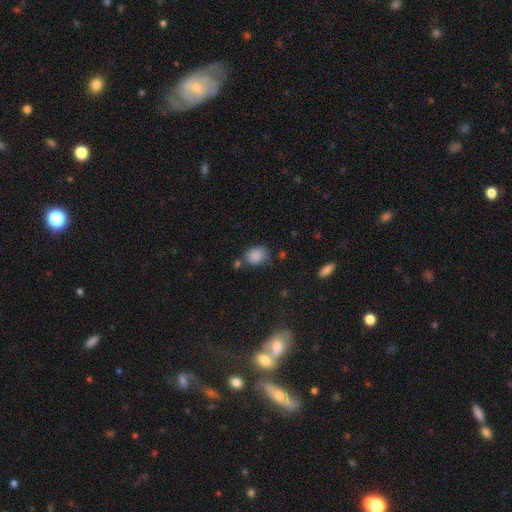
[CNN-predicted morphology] Smooth or featured?
  - smooth: 85% *
  - star or artifact: 9%
  - featured or disk: 5%
How rounded?
  - in between: 54% *
  - round: 45%
  - cigar-shaped: 1%
Merging?
  - none: 60% *
  - minor disturbance: 24%
  - merger: 9%
  - major disturbance: 7%